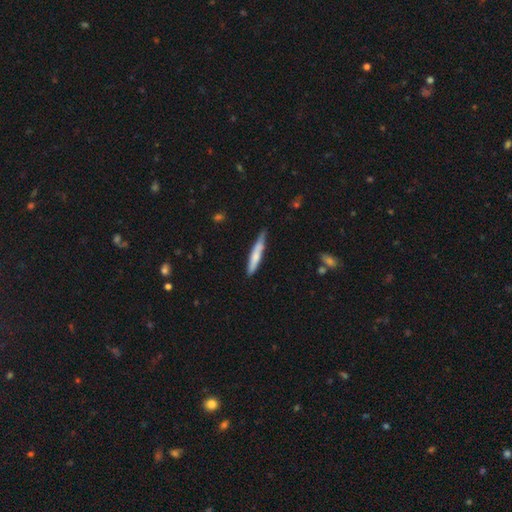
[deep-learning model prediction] Smooth or featured? smooth (66%)
How rounded? cigar-shaped (93%)
Merging? none (71%)